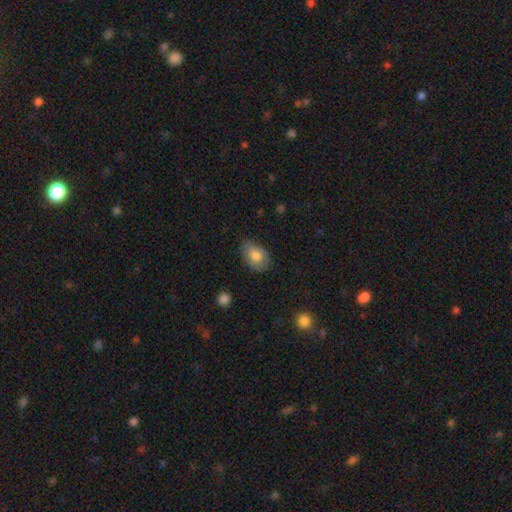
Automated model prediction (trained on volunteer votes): Smooth or featured?
  - smooth: 79% *
  - featured or disk: 14%
  - star or artifact: 7%
How rounded?
  - in between: 86% *
  - round: 12%
  - cigar-shaped: 1%
Merging?
  - none: 73% *
  - minor disturbance: 22%
  - major disturbance: 4%
  - merger: 1%